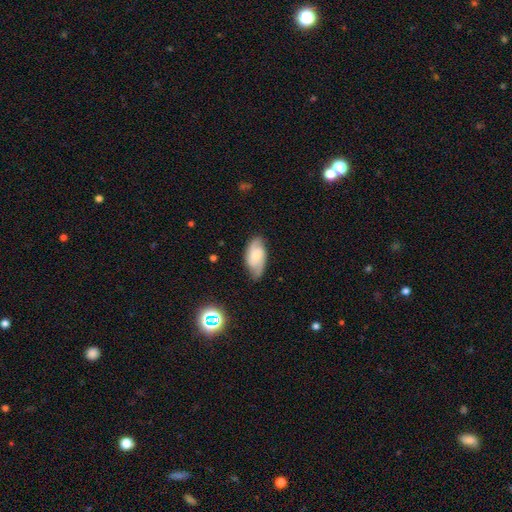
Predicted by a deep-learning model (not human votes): Smooth or featured?
  - featured or disk: 59% *
  - smooth: 34%
  - star or artifact: 8%
Edge-on disk?
  - no: 94% *
  - yes: 6%
Bar?
  - no: 56% *
  - weak: 35%
  - strong: 9%
Spiral arms?
  - yes: 92% *
  - no: 8%
Spiral winding?
  - medium: 46% *
  - tight: 30%
  - loose: 24%
Spiral arm count?
  - 2: 73% *
  - can't tell: 13%
  - 3: 8%
  - 1: 3%
  - 4: 2%
  - more than 4: 2%
Bulge size?
  - small: 58% *
  - moderate: 29%
  - none: 9%
  - large: 3%
  - dominant: 1%
Merging?
  - none: 71% *
  - minor disturbance: 22%
  - major disturbance: 5%
  - merger: 1%